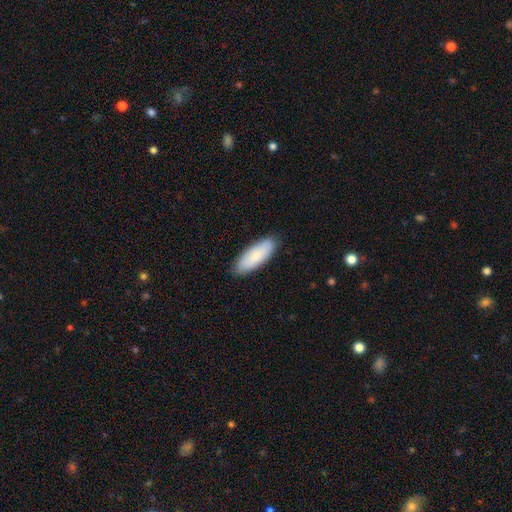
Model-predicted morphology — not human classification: A smooth galaxy with no disk features (83%) that is in between round and cigar-shaped (68%). Merging: none (87%).